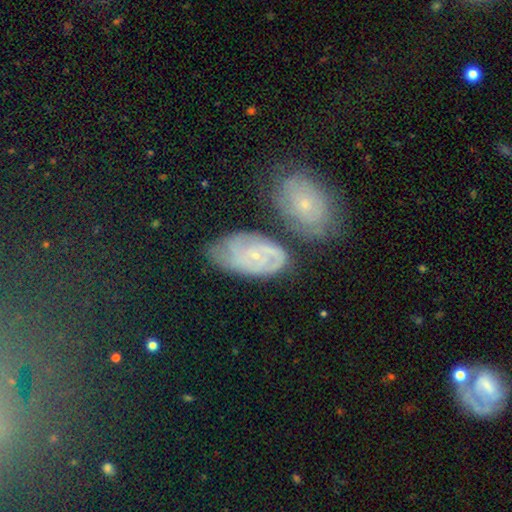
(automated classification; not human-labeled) Smooth or featured: featured or disk — 74% (smooth — 18%)
Edge-on disk: no — 95% (yes — 5%)
Bar: no — 74% (weak — 22%)
Spiral arms: yes — 89% (no — 11%)
Spiral winding: tight — 65% (medium — 27%)
Spiral arm count: can't tell — 42% (2 — 23%)
Bulge size: small — 84% (moderate — 12%)
Merging: none — 52% (minor disturbance — 22%)